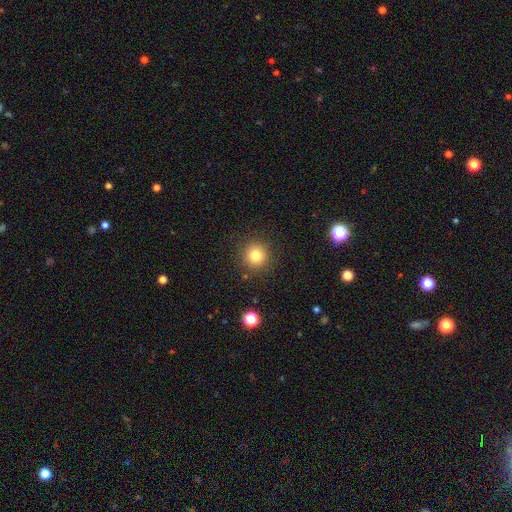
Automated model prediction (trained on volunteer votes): Smooth or featured: smooth — 81% (star or artifact — 12%)
How rounded: round — 94% (in between — 5%)
Merging: none — 89% (minor disturbance — 7%)